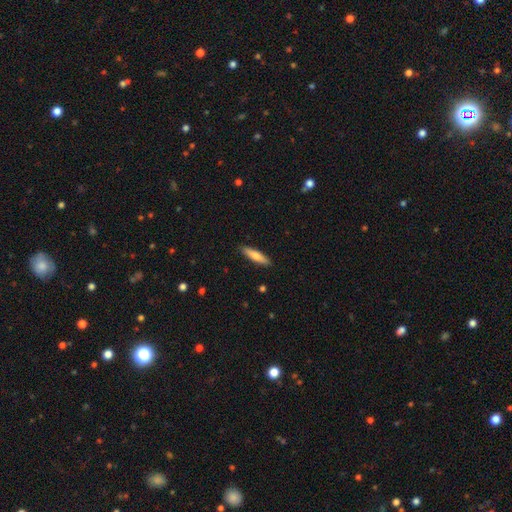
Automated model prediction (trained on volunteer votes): This appears to be a smooth galaxy with no disk features (70%) that is cigar-shaped (77%). Merging: none (90%).